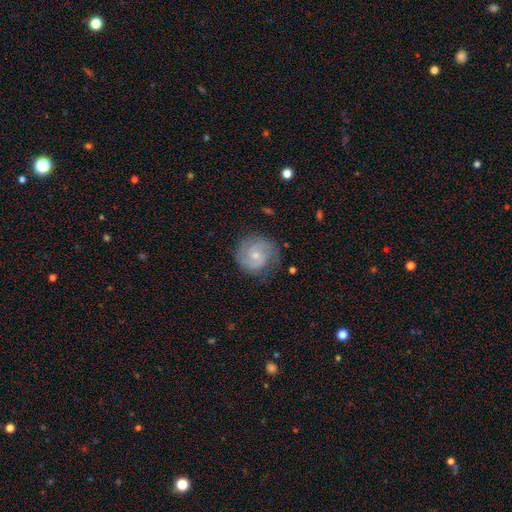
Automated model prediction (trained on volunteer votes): Overall: featured or disk (77%). Edge-on disk: no (98%). Bar: no (54%; weak 41%). Spiral arms: yes (95%). Spiral arm count: 2 (76%). Spiral winding: tight (45%; medium 44%). Bulge size: small (60%; moderate 34%). Merging: none (77%).